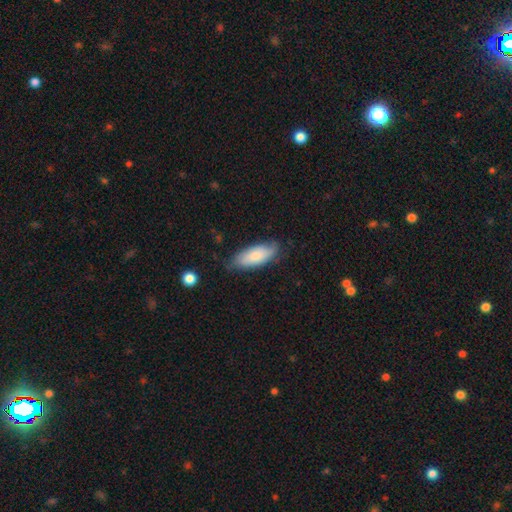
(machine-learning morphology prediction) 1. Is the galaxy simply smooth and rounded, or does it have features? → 76% smooth, 19% featured or disk, 6% star or artifact.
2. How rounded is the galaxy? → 79% in between, 19% cigar-shaped, 2% round.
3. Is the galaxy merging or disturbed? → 73% none, 22% minor disturbance, 4% major disturbance, 1% merger.